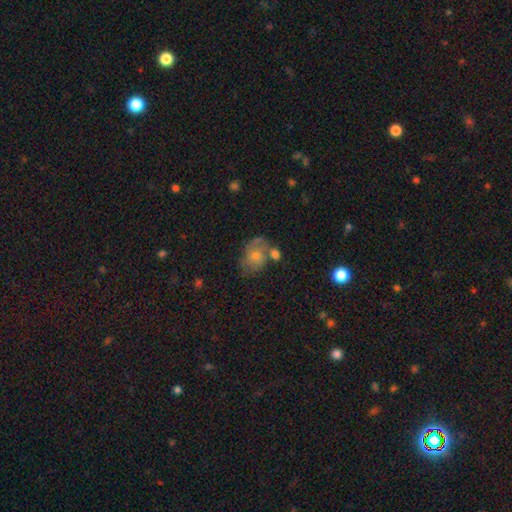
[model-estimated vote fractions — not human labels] A featured or disk galaxy (49%).

Vote fractions:
- Smooth or featured? featured or disk: 49% / smooth: 38% / star or artifact: 13%
- Merging? none: 52% / minor disturbance: 21% / merger: 16% / major disturbance: 12%